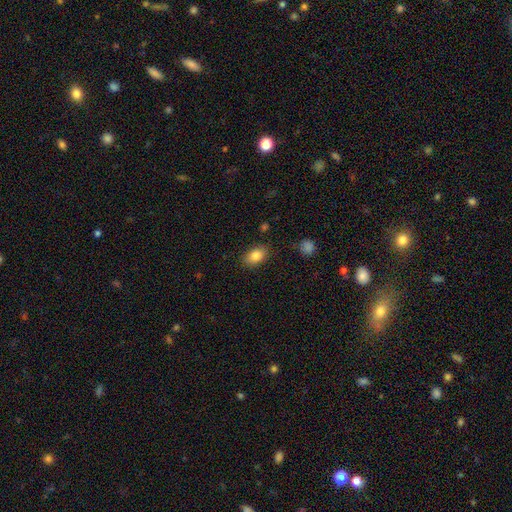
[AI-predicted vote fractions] The model was most divided on "merging": none: 85%, minor disturbance: 11%, major disturbance: 3%, merger: 1%. More confident: how rounded — in between (87%); smooth or featured — smooth (84%).